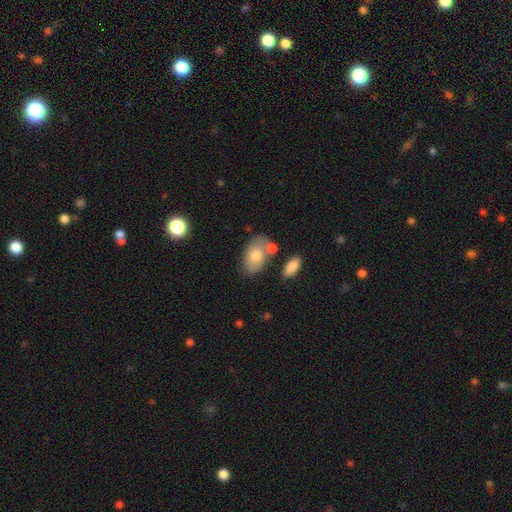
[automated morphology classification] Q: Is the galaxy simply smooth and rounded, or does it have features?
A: smooth — 67%.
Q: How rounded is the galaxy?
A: in between — 88%.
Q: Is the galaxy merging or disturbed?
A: none — 57%.